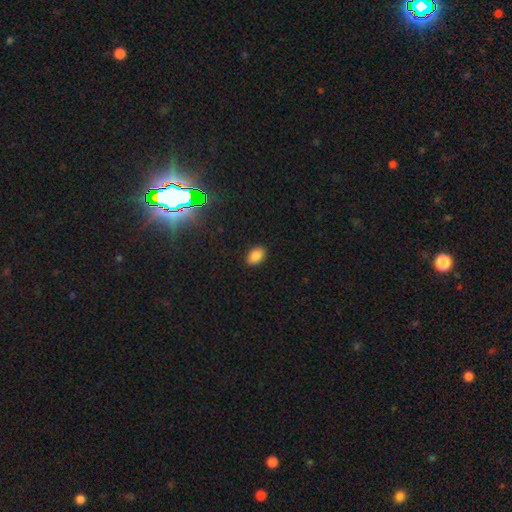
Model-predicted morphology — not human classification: smooth 86%, star or artifact 10%, featured or disk 4%. Down the decision tree: how rounded — in between (86%); merging — none (88%).